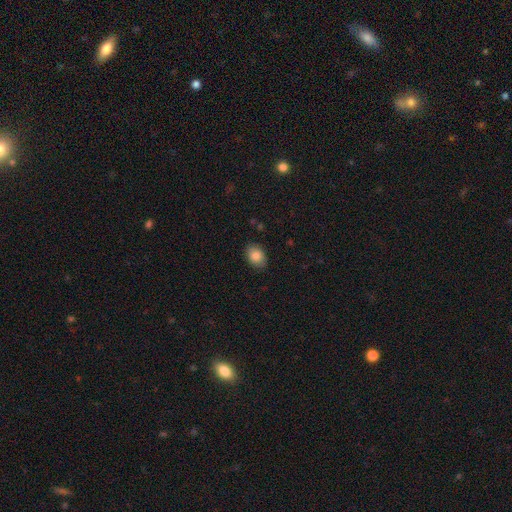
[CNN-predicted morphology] smooth 85%, star or artifact 8%, featured or disk 7%. Down the decision tree: how rounded — in between (77%); merging — none (86%).